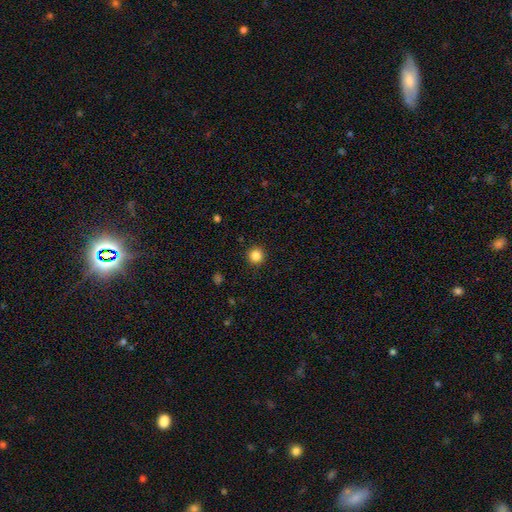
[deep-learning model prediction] smooth 84%, star or artifact 12%, featured or disk 4%. Down the decision tree: how rounded — round (95%); merging — none (92%).